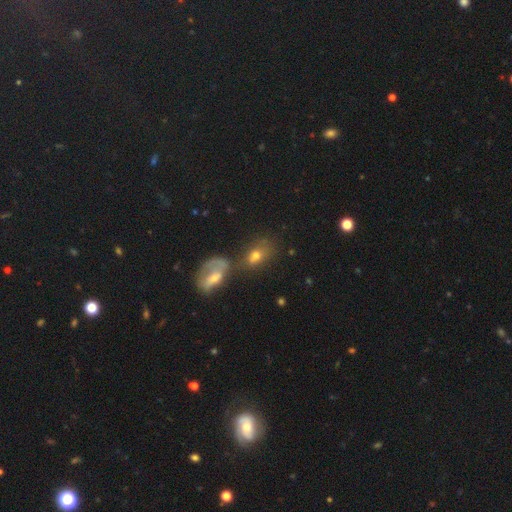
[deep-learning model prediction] Smooth or featured: smooth — 61% (featured or disk — 26%)
How rounded: in between — 79% (round — 17%)
Merging: merger — 47% (none — 29%)